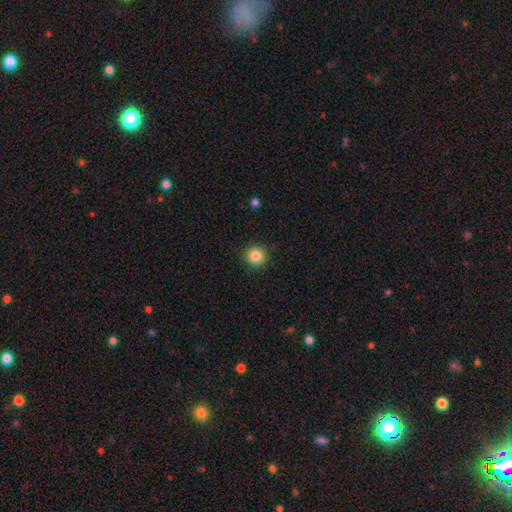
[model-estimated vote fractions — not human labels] Morphology: type=smooth (85%); roundness=round (94%); merging=none (91%).